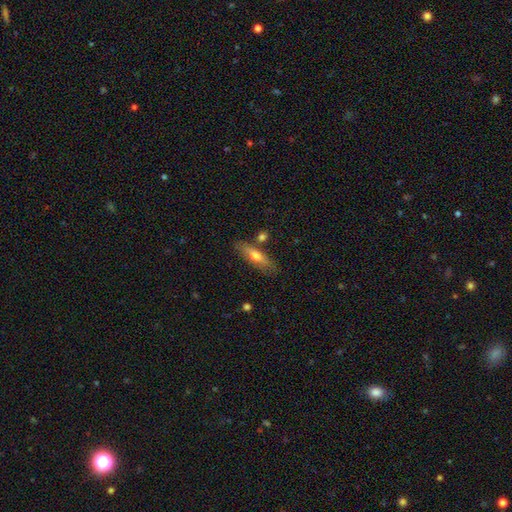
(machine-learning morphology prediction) type=smooth (60%); roundness=cigar-shaped (57%); merging=none (75%).